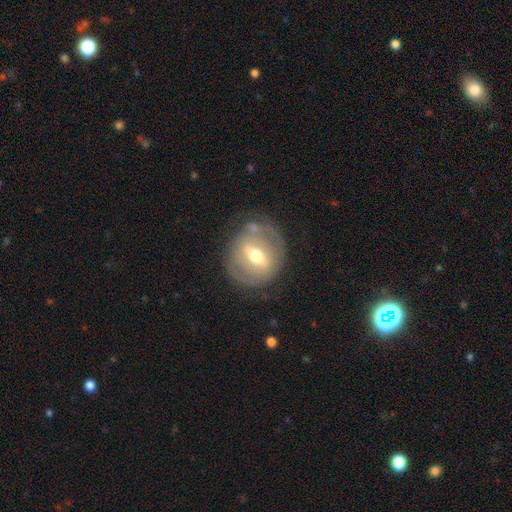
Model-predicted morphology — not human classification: smooth_or_featured: featured or disk (p=0.65) [alt: smooth p=0.29]
disk_edge_on: no (p=0.89) [alt: yes p=0.11]
bar: strong (p=0.50) [alt: weak p=0.36]
has_spiral_arms: no (p=0.61) [alt: yes p=0.39]
bulge_size: moderate (p=0.70) [alt: small p=0.20]
merging: none (p=0.69) [alt: minor disturbance p=0.18]